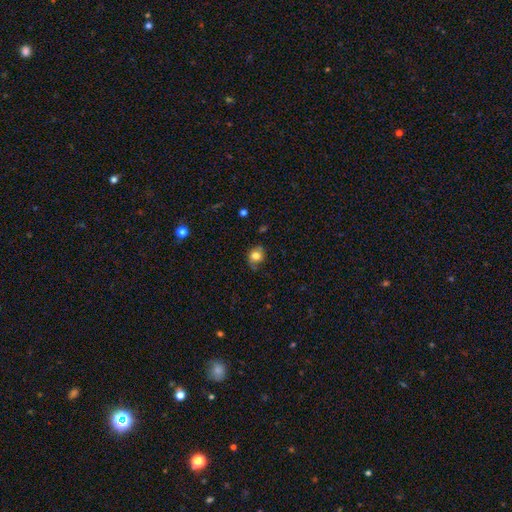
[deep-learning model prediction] Morphology: type=smooth (76%); roundness=round (65%); merging=none (63%).